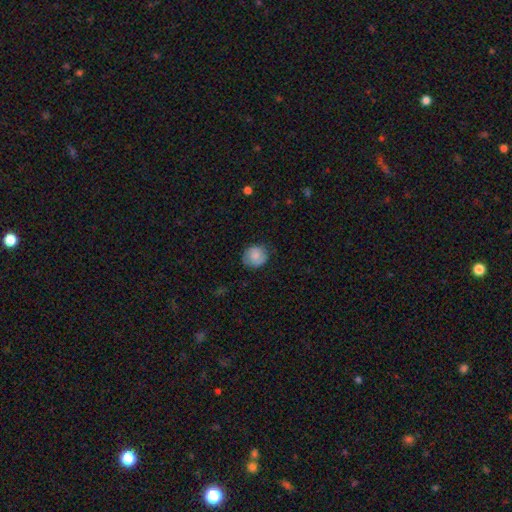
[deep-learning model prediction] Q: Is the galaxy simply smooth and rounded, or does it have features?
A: smooth — 78%.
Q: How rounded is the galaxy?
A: round — 83%.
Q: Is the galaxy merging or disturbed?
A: none — 77%.